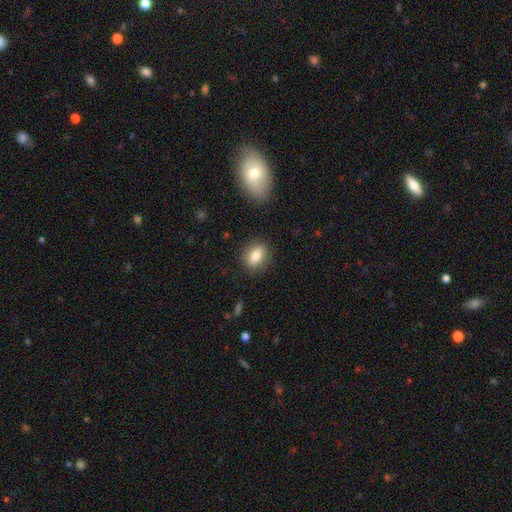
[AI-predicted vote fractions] This appears to be a smooth galaxy with no disk features (78%) that is in between round and cigar-shaped (58%). Merging: none (86%).